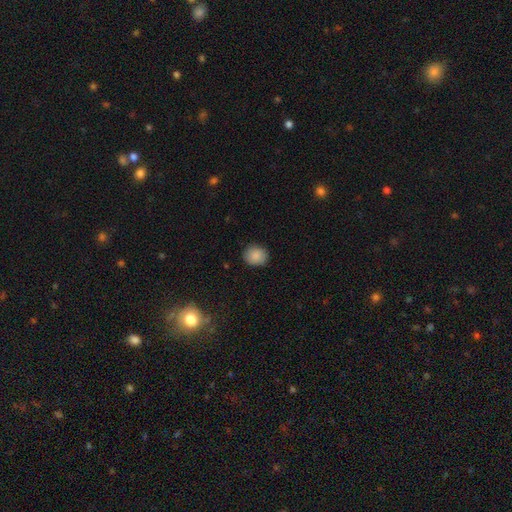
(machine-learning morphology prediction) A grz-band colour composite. It shows a smooth galaxy with no disk features (88%) that is round (73%). Merging: none (86%).